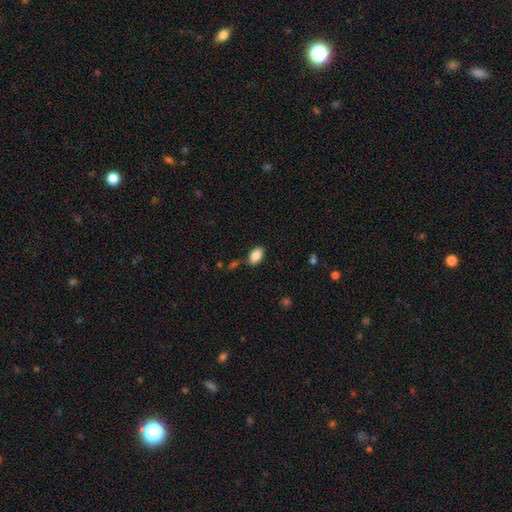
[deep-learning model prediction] Q: Smooth or featured?
A: smooth (86%); runner-up: star or artifact (7%)
Q: How rounded?
A: in between (93%); runner-up: round (6%)
Q: Merging?
A: none (79%); runner-up: minor disturbance (13%)